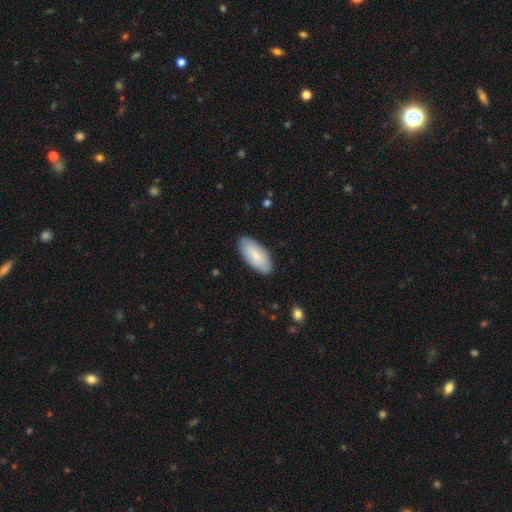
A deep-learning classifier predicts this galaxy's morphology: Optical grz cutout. It shows a smooth galaxy with no disk features (80%) that is in between round and cigar-shaped (89%). Merging: none (86%).